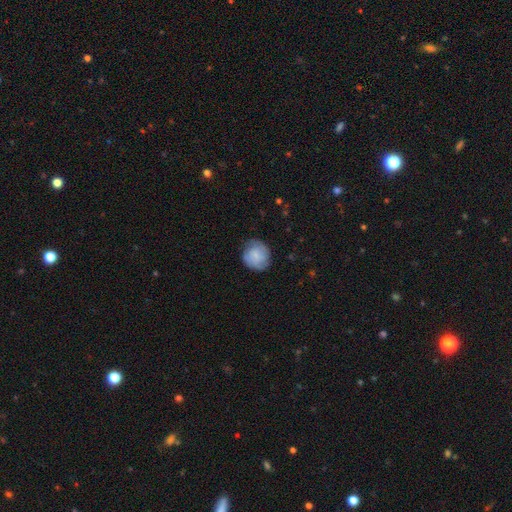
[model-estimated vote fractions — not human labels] Smooth or featured? Predicted: smooth (p=0.60). How rounded? Predicted: round (p=0.84). Merging? Predicted: none (p=0.73).